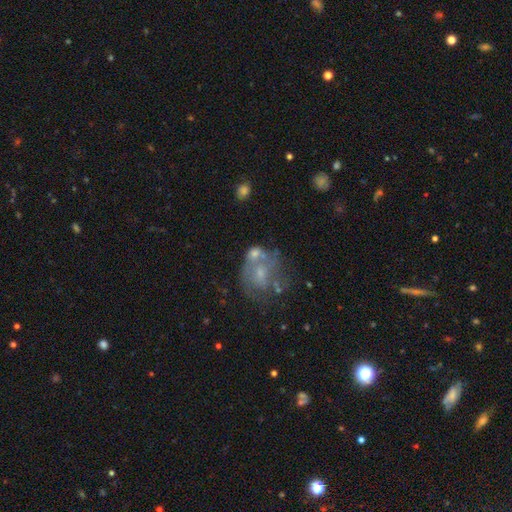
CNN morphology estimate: The model was most divided on "merging": none: 31%, merger: 27%, major disturbance: 23%, minor disturbance: 19%. Remaining: smooth or featured — featured or disk (48%).